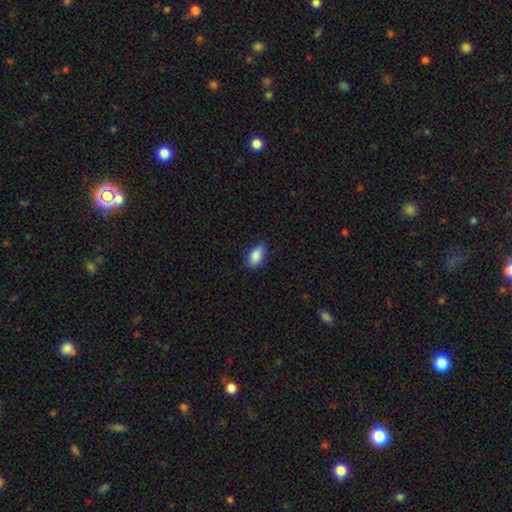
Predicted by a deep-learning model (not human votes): smooth-or-featured: smooth: 87% | star or artifact: 7% | featured or disk: 6%
  how-rounded: in between: 91% | round: 5% | cigar-shaped: 5%
  merging: none: 82% | minor disturbance: 14% | major disturbance: 3% | merger: 1%